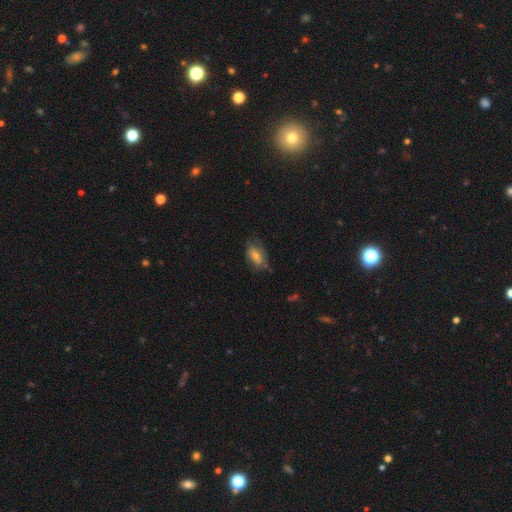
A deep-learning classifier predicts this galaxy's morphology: Smooth or featured: smooth — 46% (featured or disk — 40%)
Merging: none — 60% (minor disturbance — 26%)